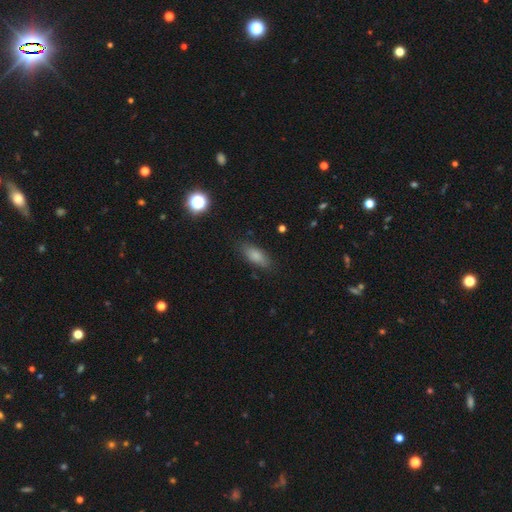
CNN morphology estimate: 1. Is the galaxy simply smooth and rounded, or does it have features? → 82% smooth, 9% featured or disk, 8% star or artifact.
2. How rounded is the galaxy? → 79% in between, 18% cigar-shaped, 3% round.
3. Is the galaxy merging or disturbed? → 81% none, 14% minor disturbance, 3% major disturbance, 2% merger.